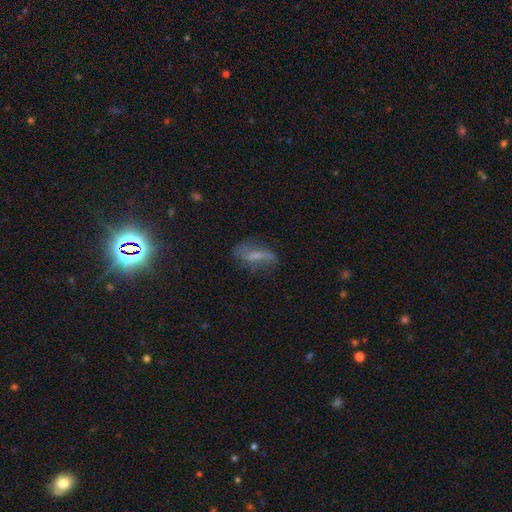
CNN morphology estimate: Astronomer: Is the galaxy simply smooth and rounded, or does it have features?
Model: featured or disk — 51% (runner-up: smooth, 37%).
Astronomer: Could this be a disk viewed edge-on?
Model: no — 85%.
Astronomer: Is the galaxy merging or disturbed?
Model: none — 56%.